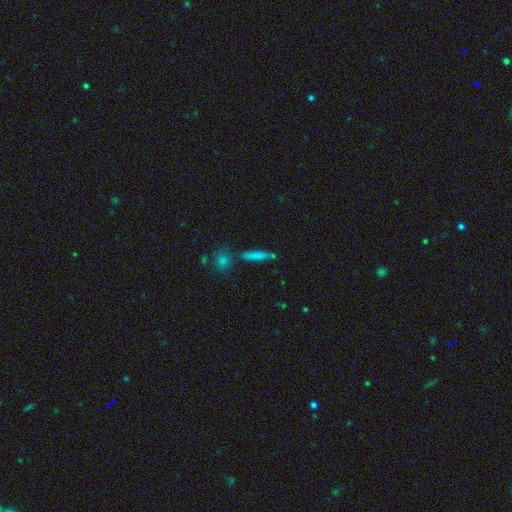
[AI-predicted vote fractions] Q: Smooth or featured?
A: smooth (78%); runner-up: featured or disk (13%)
Q: How rounded?
A: cigar-shaped (79%); runner-up: in between (18%)
Q: Merging?
A: none (73%); runner-up: minor disturbance (12%)